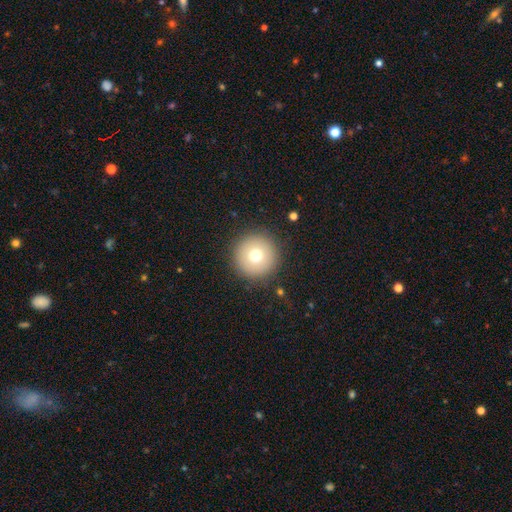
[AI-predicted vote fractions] This is likely a smooth galaxy (71%). How rounded: clearly round (97%). Merging: clearly none (91%).